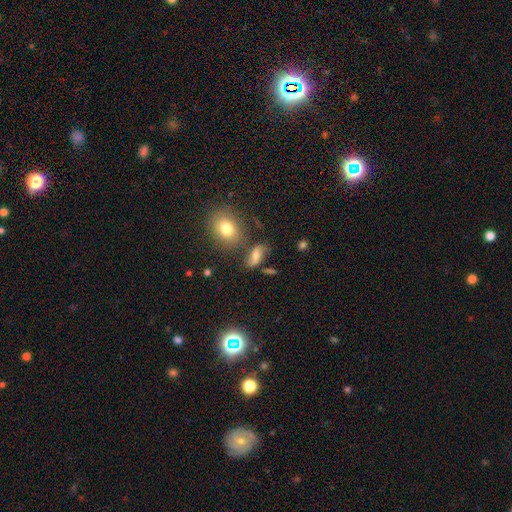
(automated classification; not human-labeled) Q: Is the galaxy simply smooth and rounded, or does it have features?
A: smooth — 55%.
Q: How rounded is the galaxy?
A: in between — 81%.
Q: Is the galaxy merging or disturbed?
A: none — 60%.